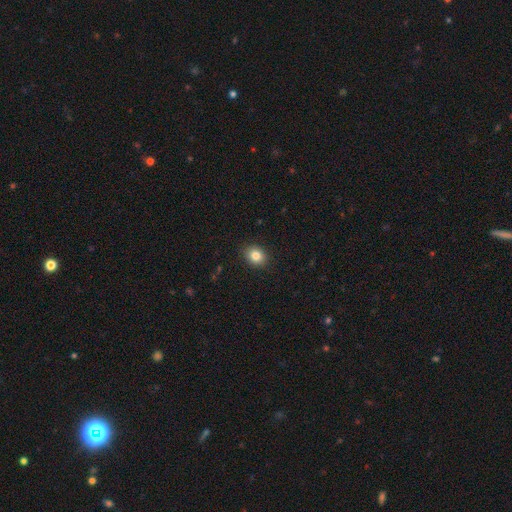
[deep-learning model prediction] Smooth or featured? Predicted: smooth (p=0.83). How rounded? Predicted: round (p=0.56). Merging? Predicted: none (p=0.90).